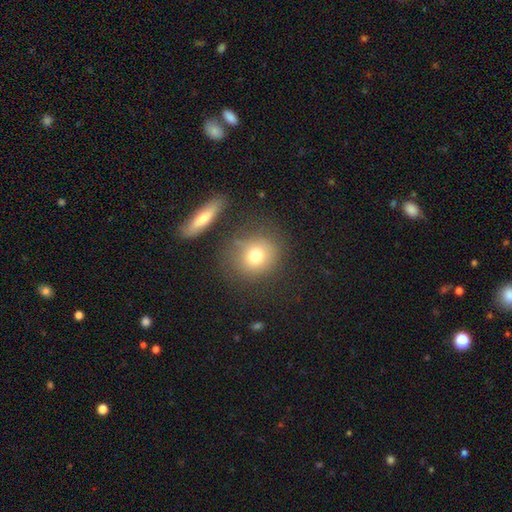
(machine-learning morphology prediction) This appears to be a smooth galaxy with no disk features (76%) that is round (80%). Merging: none (72%).